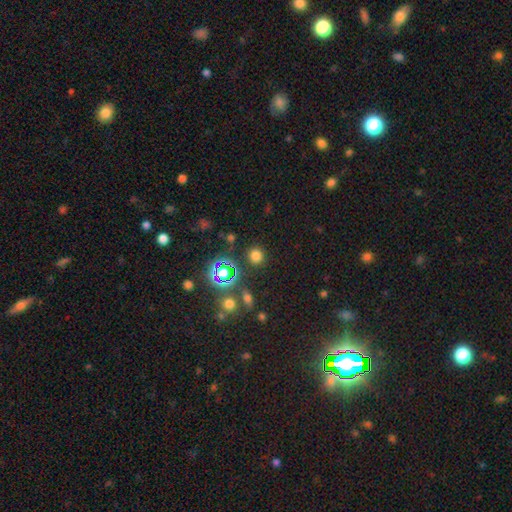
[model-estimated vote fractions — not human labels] A smooth galaxy with no disk features (72%) that is round (90%).

Vote fractions:
- Smooth or featured? smooth: 72% / star or artifact: 23% / featured or disk: 5%
- How rounded? round: 90% / in between: 9% / cigar-shaped: 1%
- Merging? none: 87% / minor disturbance: 7% / major disturbance: 3% / merger: 3%